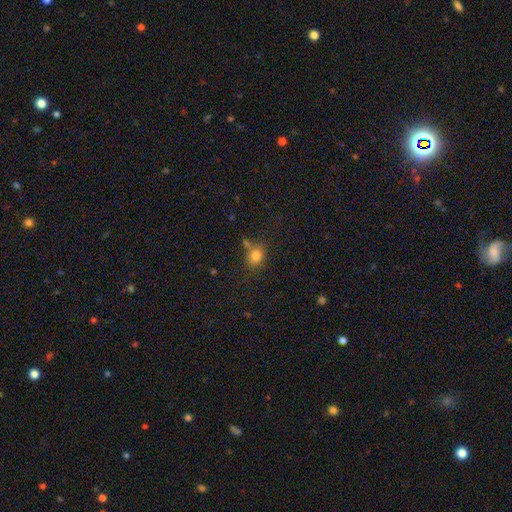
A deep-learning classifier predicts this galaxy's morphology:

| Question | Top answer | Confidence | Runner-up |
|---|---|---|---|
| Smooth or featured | smooth | 80% | star or artifact (13%) |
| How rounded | round | 56% | in between (42%) |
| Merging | none | 65% | minor disturbance (15%) |